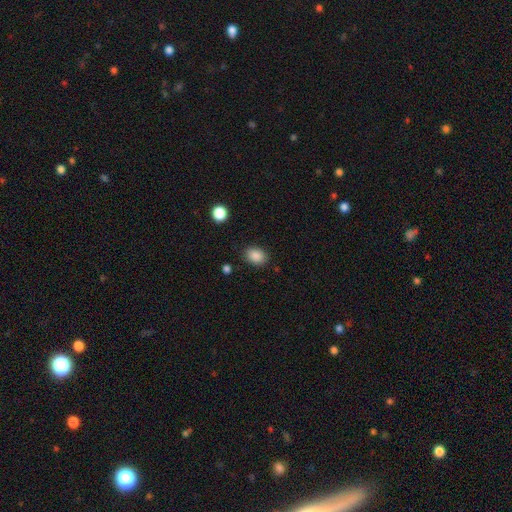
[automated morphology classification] Smooth or featured?
  - smooth: 87% *
  - star or artifact: 9%
  - featured or disk: 3%
How rounded?
  - in between: 68% *
  - round: 32%
  - cigar-shaped: 1%
Merging?
  - none: 85% *
  - minor disturbance: 10%
  - major disturbance: 3%
  - merger: 2%